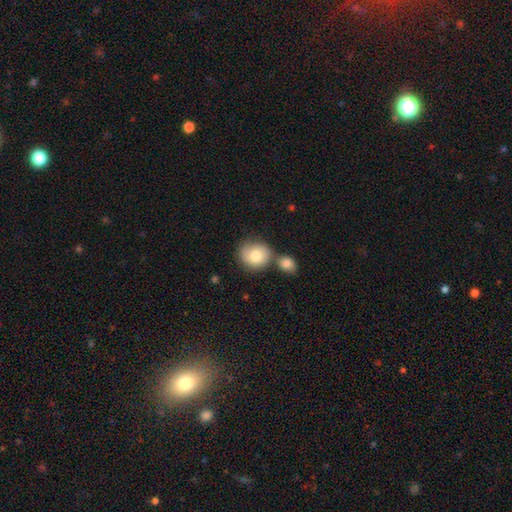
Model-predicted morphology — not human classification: Smooth or featured?
  - smooth: 78% *
  - featured or disk: 14%
  - star or artifact: 8%
How rounded?
  - round: 78% *
  - in between: 21%
  - cigar-shaped: 1%
Merging?
  - none: 51% *
  - merger: 31%
  - minor disturbance: 13%
  - major disturbance: 4%